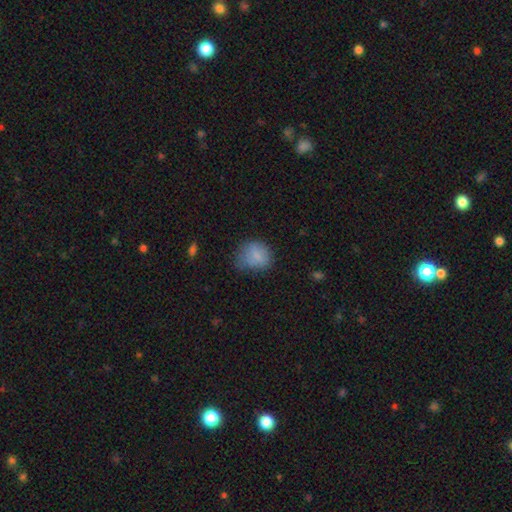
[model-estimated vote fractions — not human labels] smooth_or_featured: smooth (p=0.79) [alt: featured or disk p=0.11]
how_rounded: round (p=0.61) [alt: in between p=0.38]
merging: none (p=0.52) [alt: minor disturbance p=0.32]